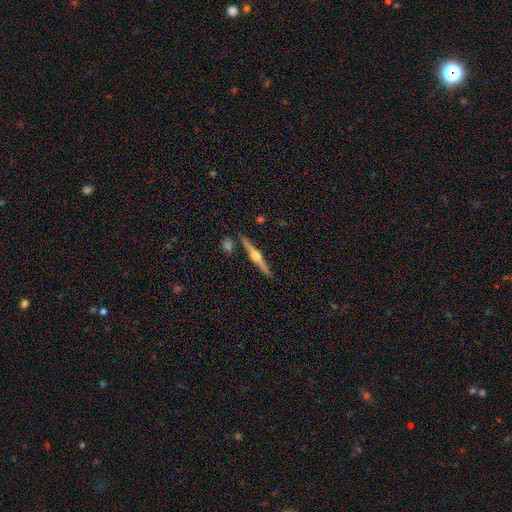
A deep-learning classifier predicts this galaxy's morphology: Smooth or featured?
  - featured or disk: 85% *
  - smooth: 10%
  - star or artifact: 5%
Edge-on disk?
  - yes: 98% *
  - no: 2%
Edge-on bulge?
  - rounded: 95% *
  - boxy: 3%
  - none: 2%
Merging?
  - none: 88% *
  - minor disturbance: 6%
  - merger: 4%
  - major disturbance: 2%